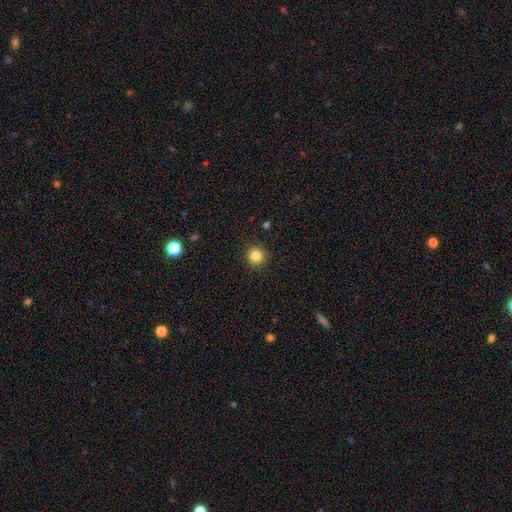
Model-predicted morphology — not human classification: Smooth or featured? Predicted: smooth (p=0.84). How rounded? Predicted: round (p=0.93). Merging? Predicted: none (p=0.91).